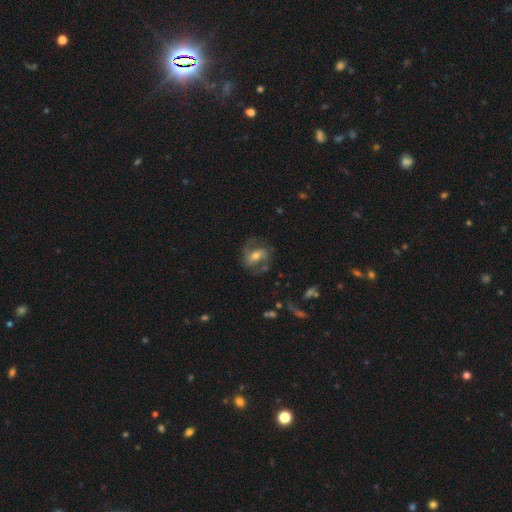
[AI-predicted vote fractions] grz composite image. It shows a featured or disk galaxy (67%) with a weak bar (39%), 2 (75%) medium (47%) spiral arms (82%) and a moderate central bulge (63%). Merging: none (59%).